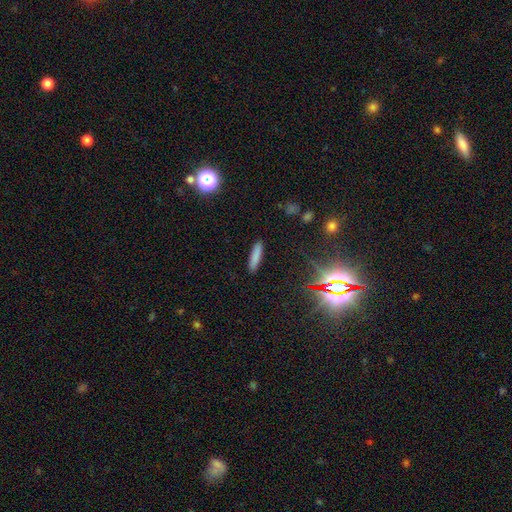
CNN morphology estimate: smooth 81%, star or artifact 10%, featured or disk 8%. Down the decision tree: how rounded — cigar-shaped (83%); merging — none (90%).